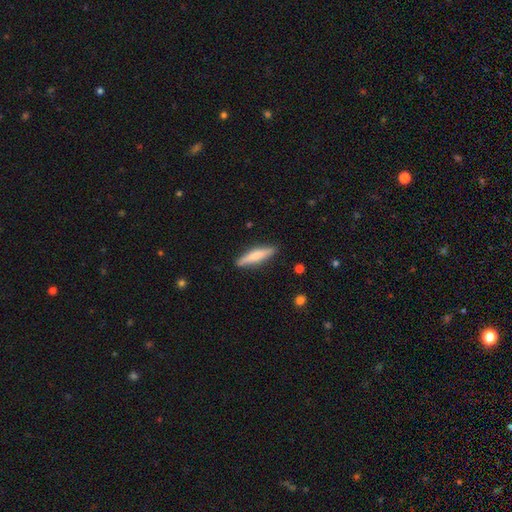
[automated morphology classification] Overall: smooth (63%; featured or disk 31%). How rounded: cigar-shaped (84%). Merging: none (89%).